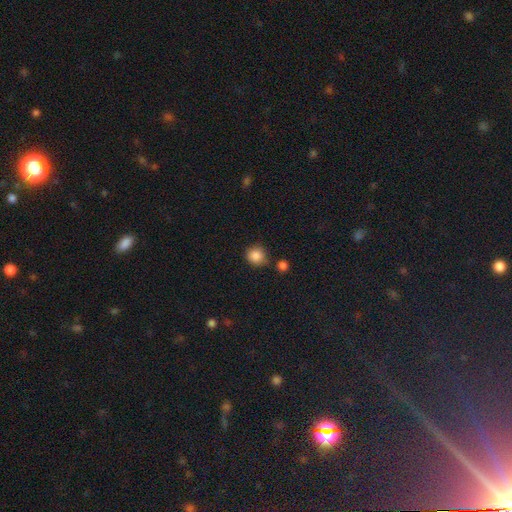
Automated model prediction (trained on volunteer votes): Q: Smooth or featured?
A: smooth (86%); runner-up: star or artifact (10%)
Q: How rounded?
A: round (89%); runner-up: in between (10%)
Q: Merging?
A: none (76%); runner-up: minor disturbance (13%)